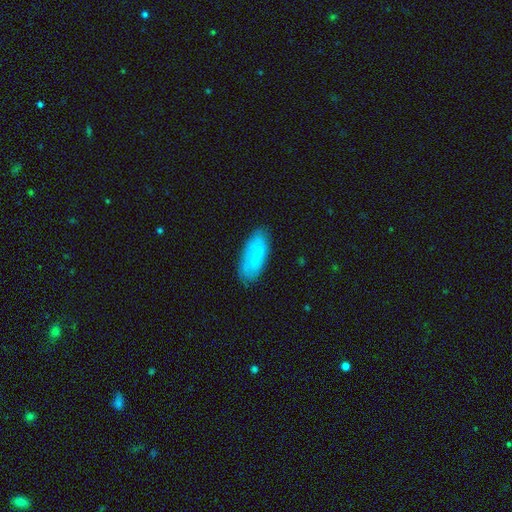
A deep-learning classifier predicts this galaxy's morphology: Smooth or featured: smooth — 67% (featured or disk — 26%)
How rounded: in between — 73% (cigar-shaped — 25%)
Merging: none — 73% (minor disturbance — 20%)